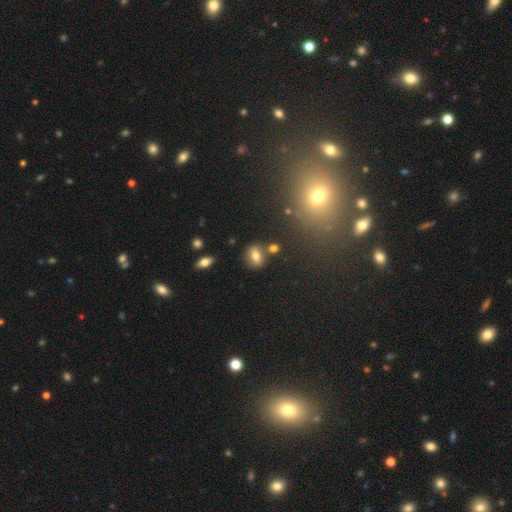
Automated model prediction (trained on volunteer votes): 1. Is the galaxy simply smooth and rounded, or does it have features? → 71% smooth, 17% featured or disk, 12% star or artifact.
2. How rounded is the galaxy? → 66% in between, 31% round, 4% cigar-shaped.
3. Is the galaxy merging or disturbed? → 74% none, 12% minor disturbance, 11% merger, 4% major disturbance.